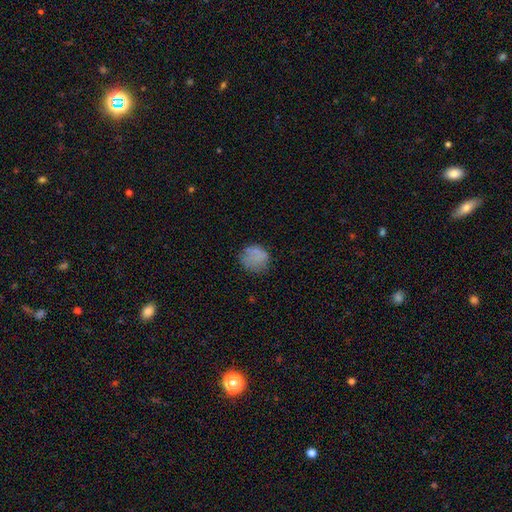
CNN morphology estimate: type=smooth (72%); roundness=round (82%); merging=none (66%).